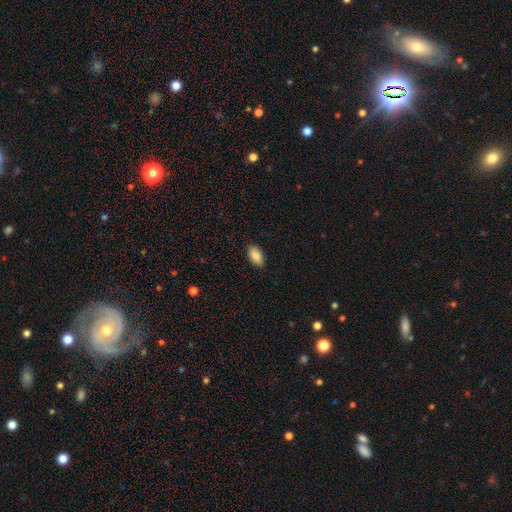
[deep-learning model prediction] Smooth or featured? Predicted: smooth (p=0.86). How rounded? Predicted: in between (p=0.94). Merging? Predicted: none (p=0.89).